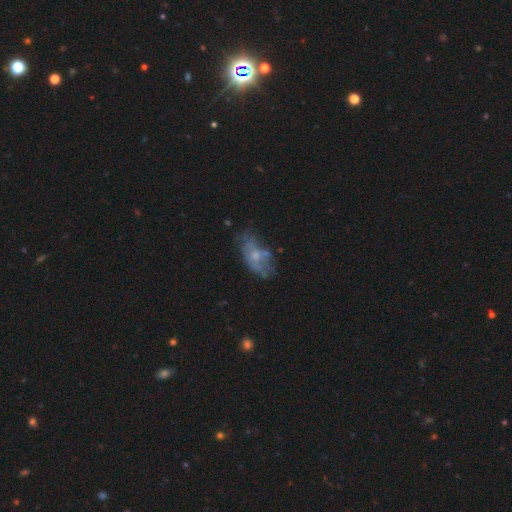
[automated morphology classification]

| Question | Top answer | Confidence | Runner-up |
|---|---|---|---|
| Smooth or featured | featured or disk | 47% | smooth (43%) |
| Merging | none | 42% | minor disturbance (29%) |